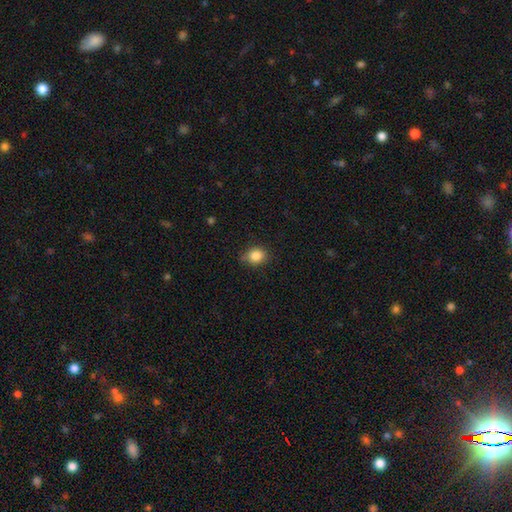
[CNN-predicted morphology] This appears to be a smooth galaxy with no disk features (85%) that is round (59%). Merging: none (73%).